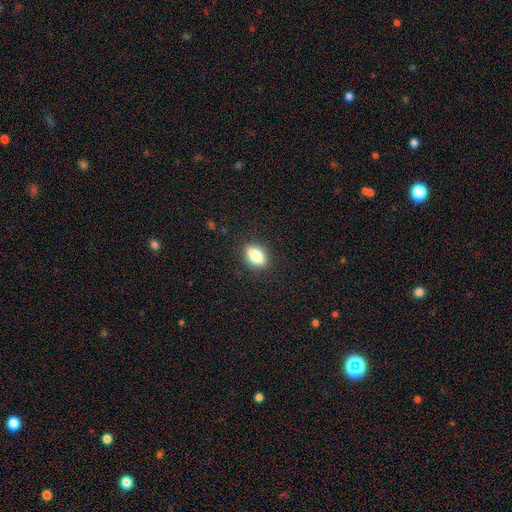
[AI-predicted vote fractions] smooth 80%, featured or disk 12%, star or artifact 8%. Down the decision tree: how rounded — in between (82%); merging — none (87%).